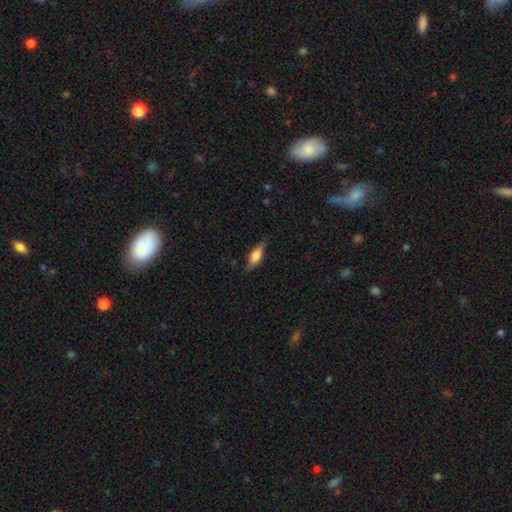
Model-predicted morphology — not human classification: Smooth or featured?
  - smooth: 66% *
  - featured or disk: 27%
  - star or artifact: 6%
How rounded?
  - in between: 54% *
  - cigar-shaped: 43%
  - round: 3%
Merging?
  - none: 80% *
  - minor disturbance: 16%
  - major disturbance: 3%
  - merger: 1%